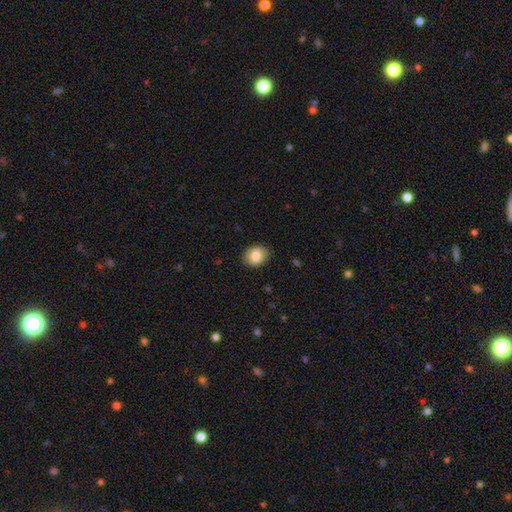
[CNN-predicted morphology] smooth-or-featured: smooth: 84% | featured or disk: 8% | star or artifact: 8%
  how-rounded: in between: 53% | round: 46% | cigar-shaped: 1%
  merging: none: 83% | minor disturbance: 13% | major disturbance: 3% | merger: 1%